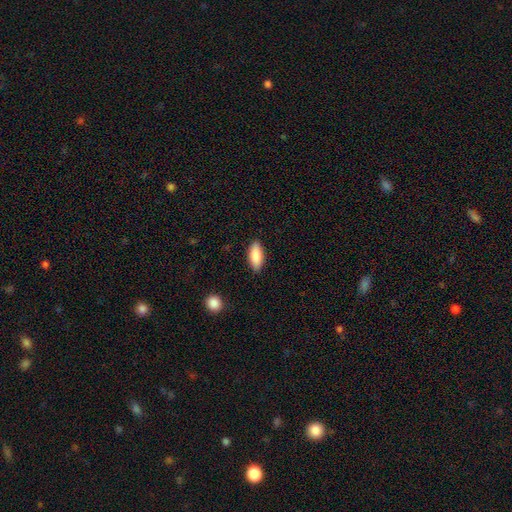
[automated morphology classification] This appears to be a smooth galaxy with no disk features (86%) that is in between round and cigar-shaped (80%). Merging: none (87%).